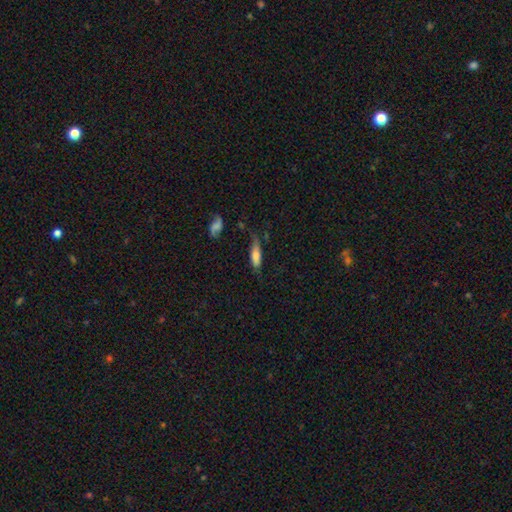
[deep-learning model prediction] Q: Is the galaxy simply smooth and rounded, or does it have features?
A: smooth — 69%.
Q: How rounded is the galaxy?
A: in between — 52%.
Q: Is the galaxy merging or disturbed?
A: none — 47%.